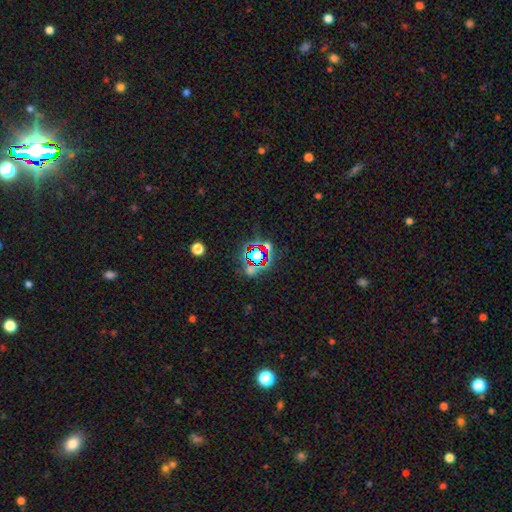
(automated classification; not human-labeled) Smooth or featured?
  - star or artifact: 77% *
  - smooth: 15%
  - featured or disk: 9%